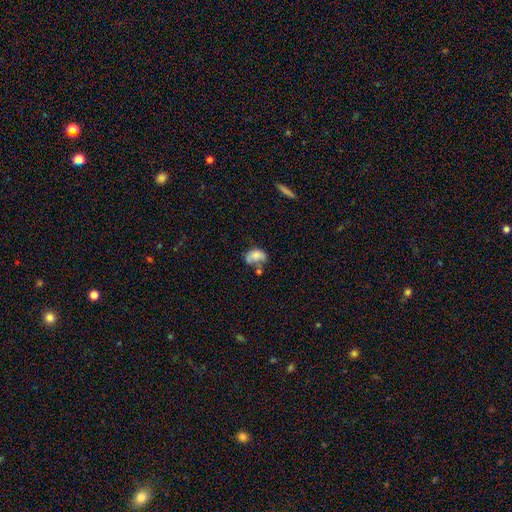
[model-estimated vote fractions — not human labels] Q: Smooth or featured?
A: smooth (73%); runner-up: featured or disk (18%)
Q: How rounded?
A: in between (79%); runner-up: round (20%)
Q: Merging?
A: none (33%); runner-up: minor disturbance (28%)